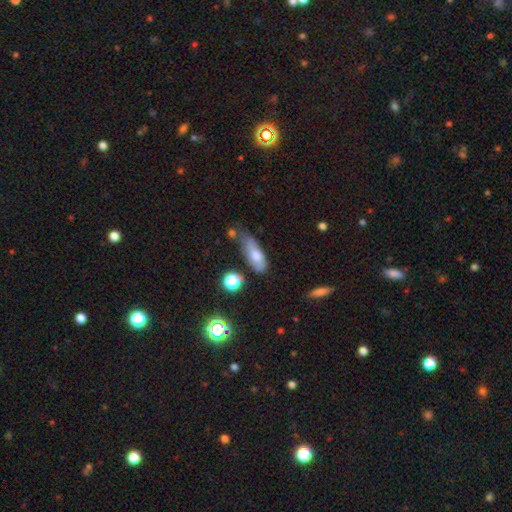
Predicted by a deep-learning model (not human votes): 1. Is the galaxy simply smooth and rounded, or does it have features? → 64% smooth, 26% featured or disk, 10% star or artifact.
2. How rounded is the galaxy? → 72% in between, 23% cigar-shaped, 5% round.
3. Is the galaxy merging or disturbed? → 40% none, 36% minor disturbance, 15% major disturbance, 9% merger.